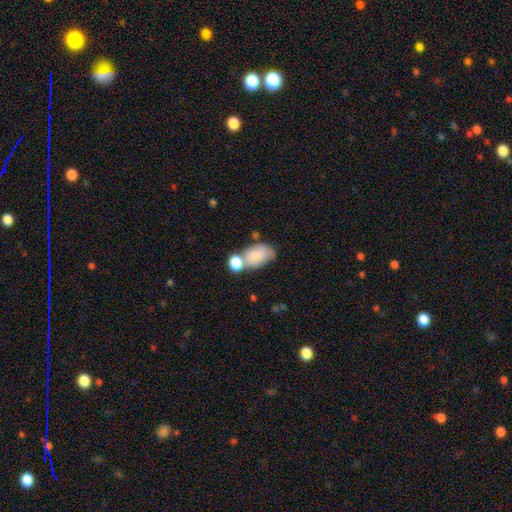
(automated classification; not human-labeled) Overall: smooth (79%). How rounded: in between (88%). Merging: merger (39%; none 36%).